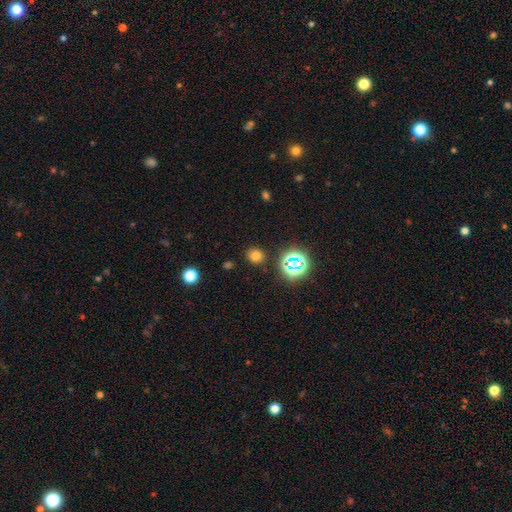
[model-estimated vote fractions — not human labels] This appears to be a smooth galaxy with no disk features (71%) that is round (86%). Merging: none (88%).